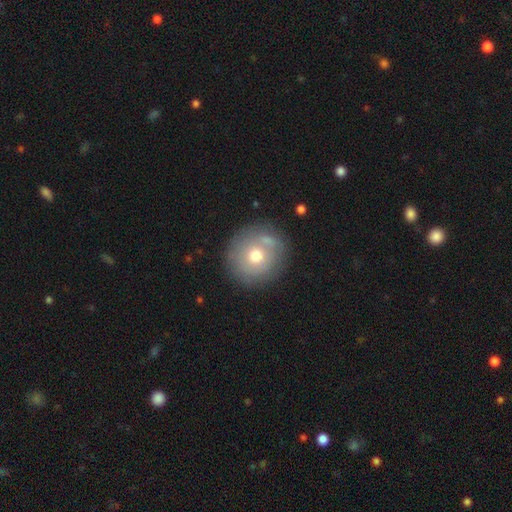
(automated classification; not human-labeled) Morphology: type=smooth (63%); roundness=round (92%); merging=none (74%).